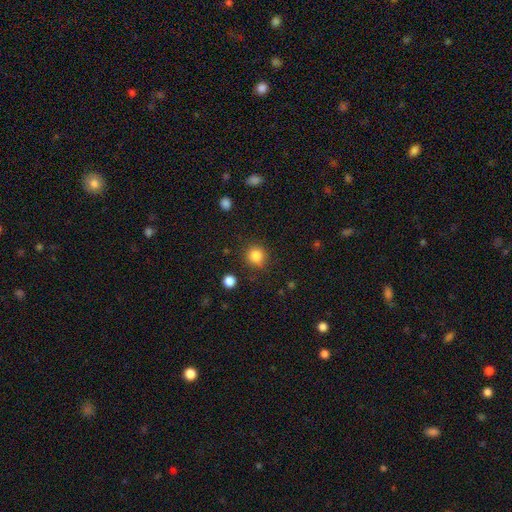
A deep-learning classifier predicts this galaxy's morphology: A smooth galaxy with no disk features (85%) that is round (90%). Merging: none (85%).